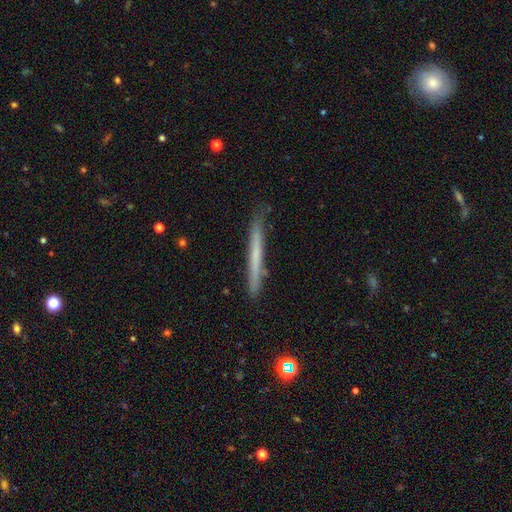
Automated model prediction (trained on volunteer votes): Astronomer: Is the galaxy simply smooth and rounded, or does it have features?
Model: smooth — 49% (runner-up: featured or disk, 45%).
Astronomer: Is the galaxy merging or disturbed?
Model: none — 85%.